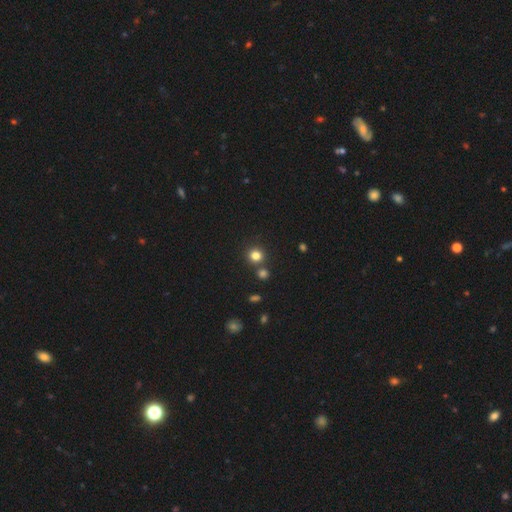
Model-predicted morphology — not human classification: Smooth or featured: smooth — 80% (star or artifact — 15%)
How rounded: round — 91% (in between — 8%)
Merging: none — 76% (merger — 14%)